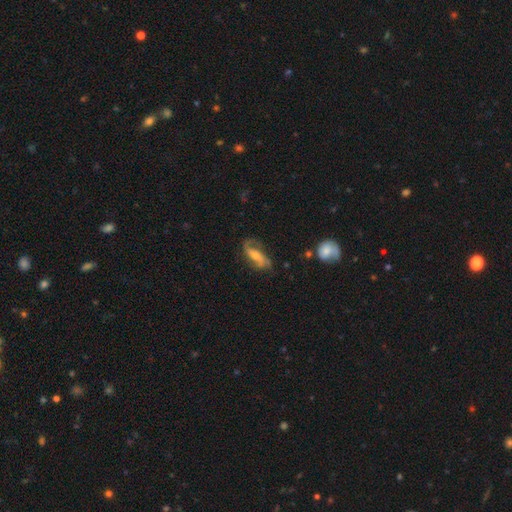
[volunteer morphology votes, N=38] Smooth or featured? 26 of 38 (68%) said featured or disk. Edge-on disk? 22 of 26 (85%) said no. Bar? 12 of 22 (55%) said no. Spiral arms? 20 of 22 (91%) said yes. Spiral winding? 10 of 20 (50%, tied with loose) said medium. Spiral arm count? 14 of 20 (70%) said 2. Bulge size? 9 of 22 (41%, tied with small) said moderate. Merging? 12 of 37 (32%) said minor disturbance.